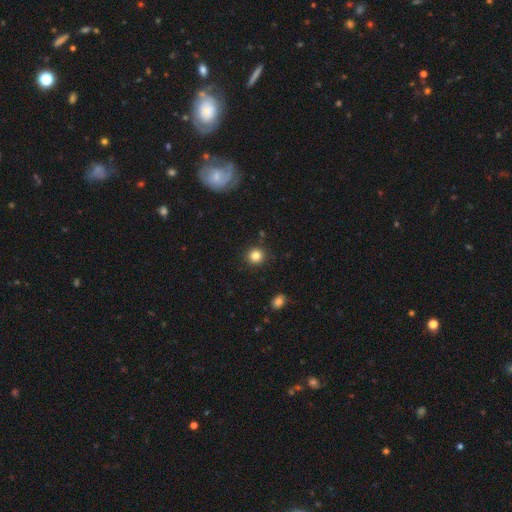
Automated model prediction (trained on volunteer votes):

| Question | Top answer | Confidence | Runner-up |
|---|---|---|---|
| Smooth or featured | smooth | 84% | star or artifact (12%) |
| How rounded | round | 92% | in between (7%) |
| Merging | none | 90% | minor disturbance (6%) |